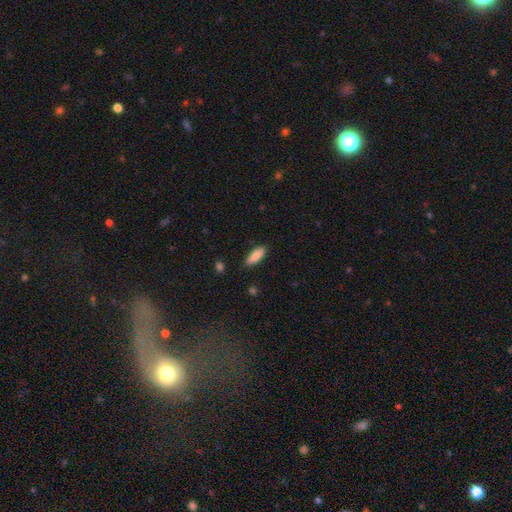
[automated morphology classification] The model was most divided on "how rounded": in between: 58%, cigar-shaped: 40%, round: 2%. More confident: smooth or featured — smooth (88%); merging — none (86%).